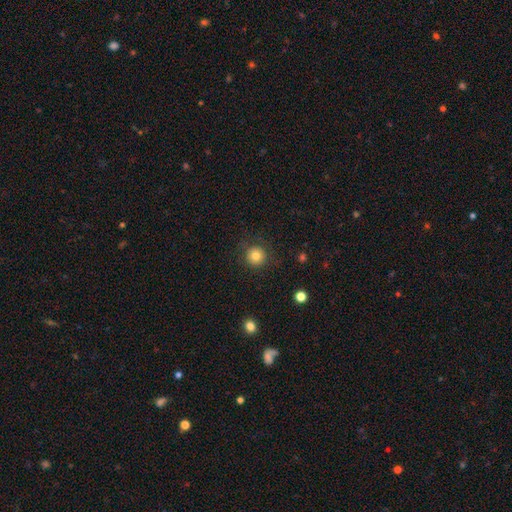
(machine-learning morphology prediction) This appears to be a smooth galaxy with no disk features (82%) that is round (94%). Merging: none (88%).